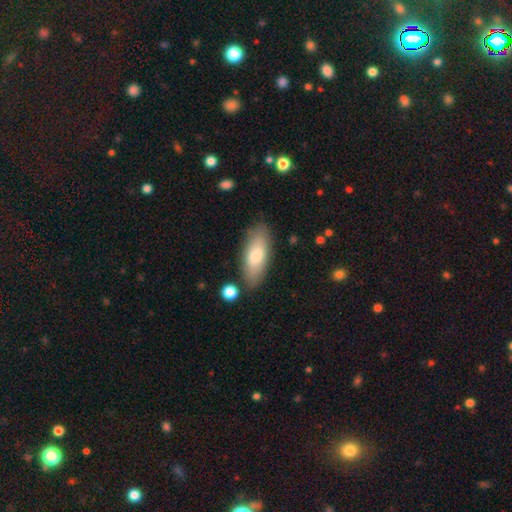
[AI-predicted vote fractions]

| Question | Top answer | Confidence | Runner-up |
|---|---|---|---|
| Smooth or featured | smooth | 75% | featured or disk (19%) |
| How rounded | in between | 72% | cigar-shaped (26%) |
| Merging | none | 82% | minor disturbance (12%) |